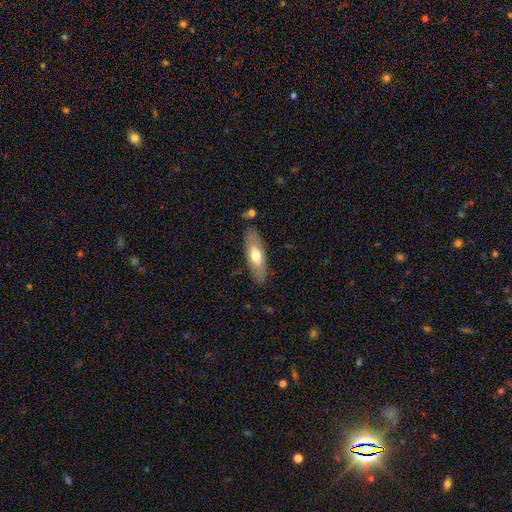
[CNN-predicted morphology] A smooth galaxy with no disk features (54%) that is in between round and cigar-shaped (59%). Merging: none (83%).